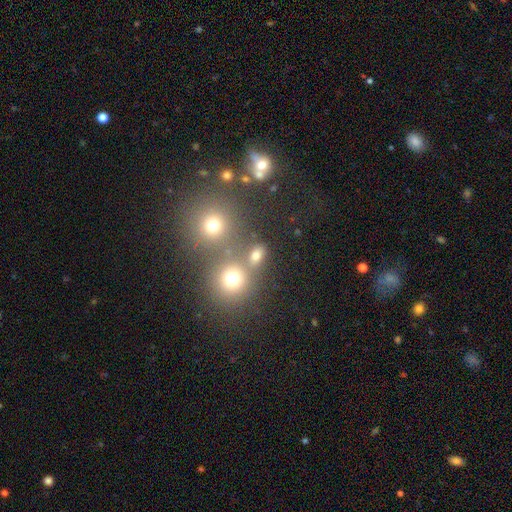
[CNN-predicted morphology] smooth_or_featured: smooth (p=0.71) [alt: star or artifact p=0.20]
how_rounded: round (p=0.57) [alt: in between p=0.40]
merging: none (p=0.63) [alt: merger p=0.23]